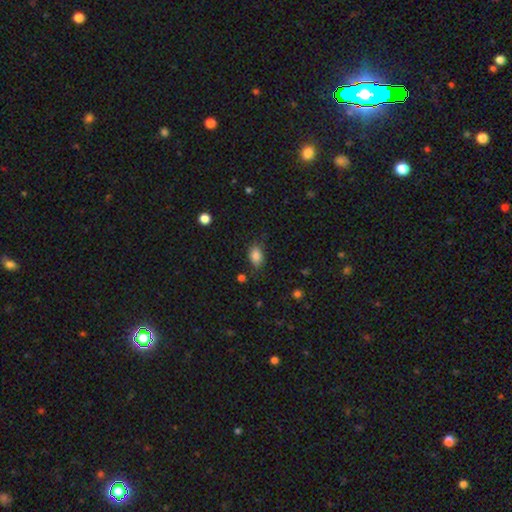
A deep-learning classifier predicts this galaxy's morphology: This appears to be a smooth galaxy with no disk features (85%) that is in between round and cigar-shaped (84%). Merging: none (76%).